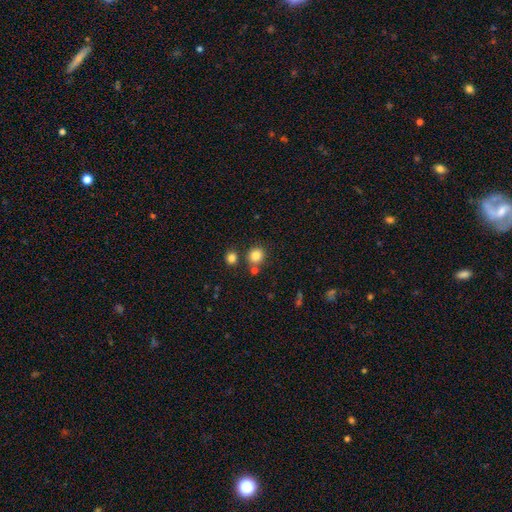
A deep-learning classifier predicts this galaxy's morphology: Smooth or featured?
  - smooth: 83% *
  - star or artifact: 12%
  - featured or disk: 6%
How rounded?
  - round: 87% *
  - in between: 12%
  - cigar-shaped: 1%
Merging?
  - none: 78% *
  - merger: 12%
  - minor disturbance: 8%
  - major disturbance: 3%